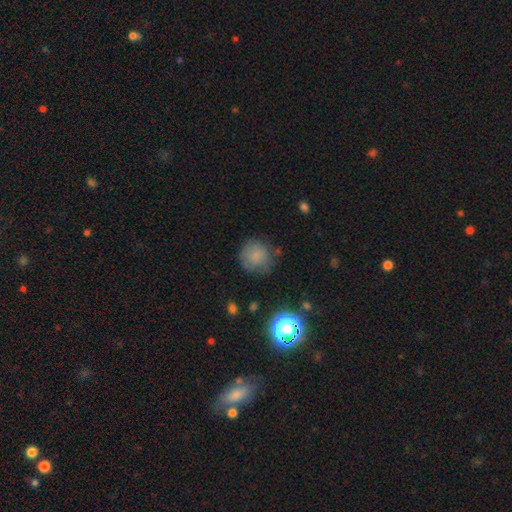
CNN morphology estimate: type=smooth (76%); roundness=round (90%); merging=none (70%).